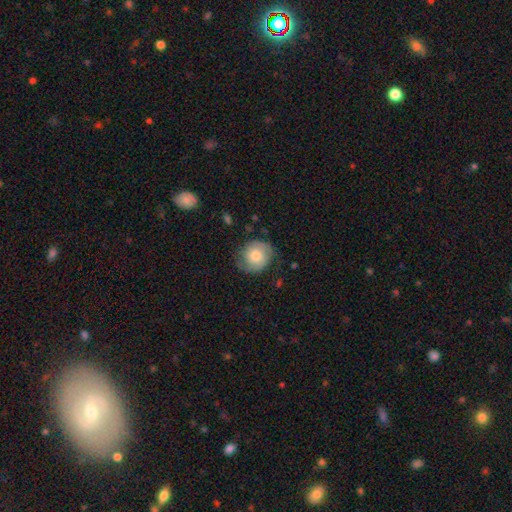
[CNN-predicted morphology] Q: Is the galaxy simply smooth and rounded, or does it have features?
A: featured or disk — 48%.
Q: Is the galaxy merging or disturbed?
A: none — 72%.